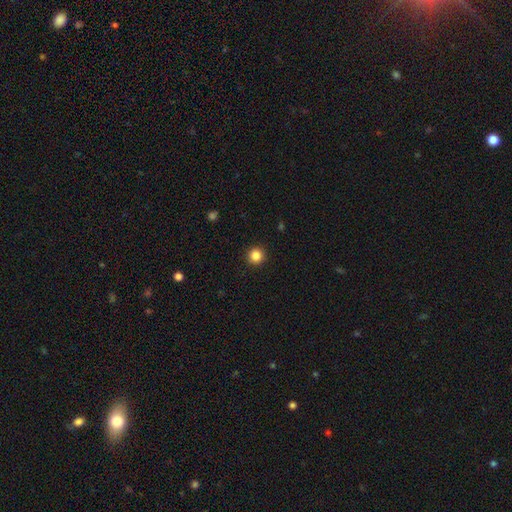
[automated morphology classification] This appears to be a smooth galaxy with no disk features (85%) that is round (96%). Merging: none (93%).